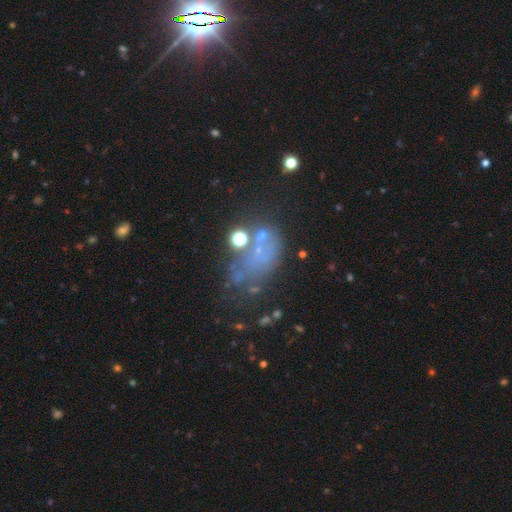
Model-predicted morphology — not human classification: Overall: star or artifact (47%; featured or disk 30%).